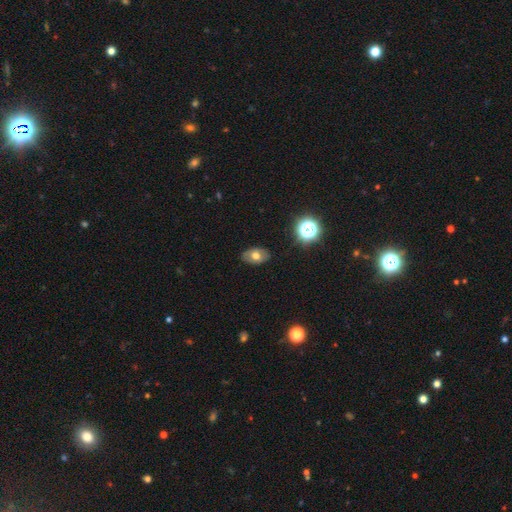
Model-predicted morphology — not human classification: The model was most divided on "smooth or featured": smooth: 61%, featured or disk: 28%, star or artifact: 12%. More confident: how rounded — in between (83%); merging — none (83%).